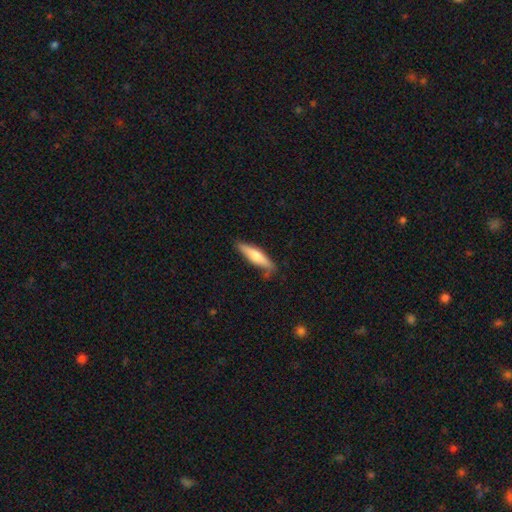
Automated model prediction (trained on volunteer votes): This appears to be a smooth galaxy with no disk features (65%) that is cigar-shaped (76%). Merging: none (76%).